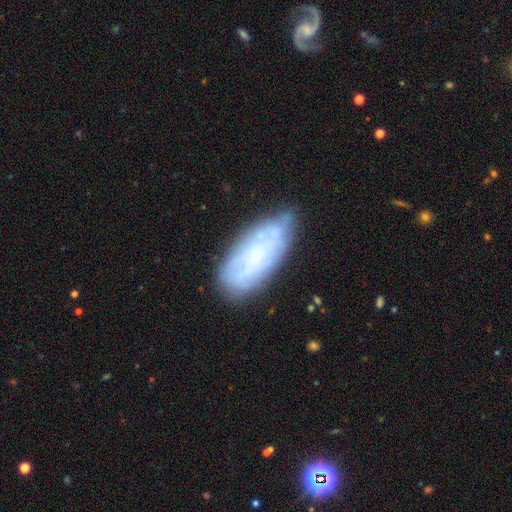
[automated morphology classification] This is possibly a smooth galaxy (46%). Merging: likely none (65%).